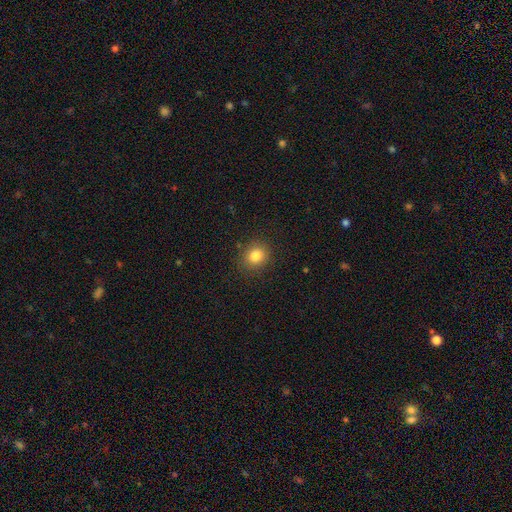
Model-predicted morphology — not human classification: The model was most divided on "how rounded": round: 73%, in between: 26%, cigar-shaped: 1%. More confident: merging — none (87%); smooth or featured — smooth (83%).